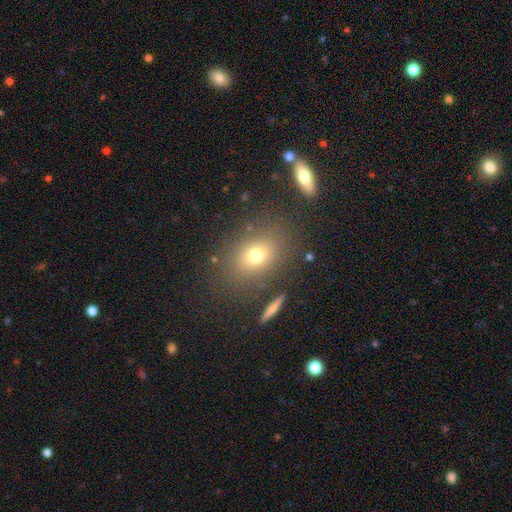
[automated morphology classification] A smooth galaxy with no disk features (70%) that is in between round and cigar-shaped (57%).

Vote fractions:
- Smooth or featured? smooth: 70% / star or artifact: 16% / featured or disk: 14%
- How rounded? in between: 57% / round: 41% / cigar-shaped: 2%
- Merging? none: 79% / minor disturbance: 11% / major disturbance: 6% / merger: 4%